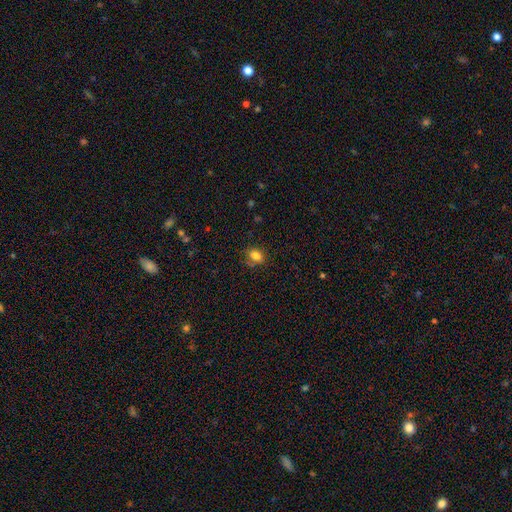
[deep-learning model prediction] Smooth or featured?
  - smooth: 81% *
  - star or artifact: 11%
  - featured or disk: 8%
How rounded?
  - in between: 75% *
  - round: 23%
  - cigar-shaped: 2%
Merging?
  - none: 77% *
  - minor disturbance: 16%
  - major disturbance: 4%
  - merger: 4%